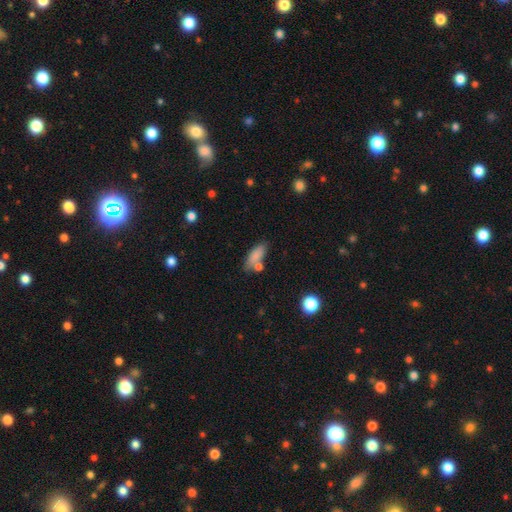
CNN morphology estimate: This is clearly a smooth galaxy (81%). How rounded: likely in between (72%). Merging: possibly none (58%).